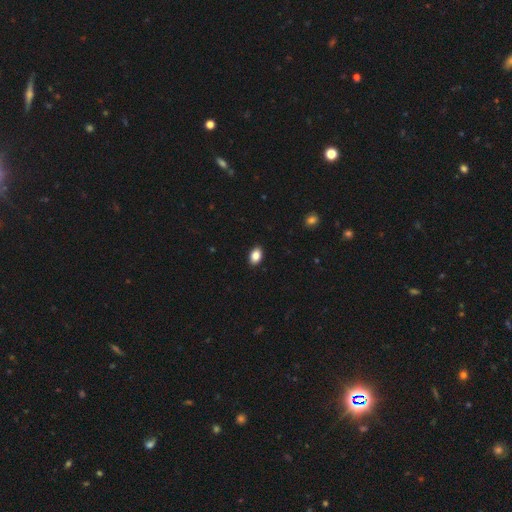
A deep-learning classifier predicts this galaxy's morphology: Smooth or featured? smooth (86%)
How rounded? in between (87%)
Merging? none (90%)